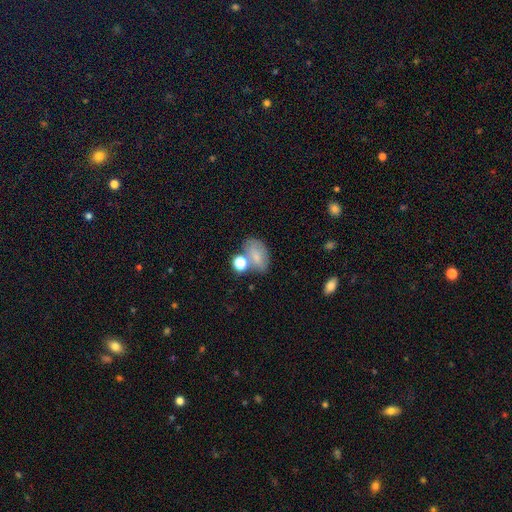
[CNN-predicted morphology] type=smooth (71%); roundness=in between (80%); merging=none (46%).